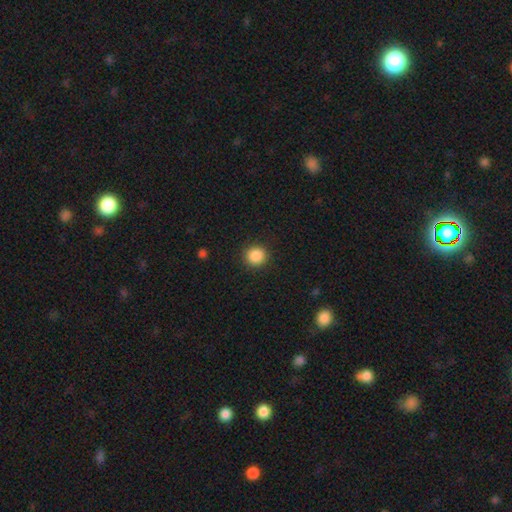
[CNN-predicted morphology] This is clearly a smooth galaxy (88%). How rounded: clearly round (93%). Merging: clearly none (91%).